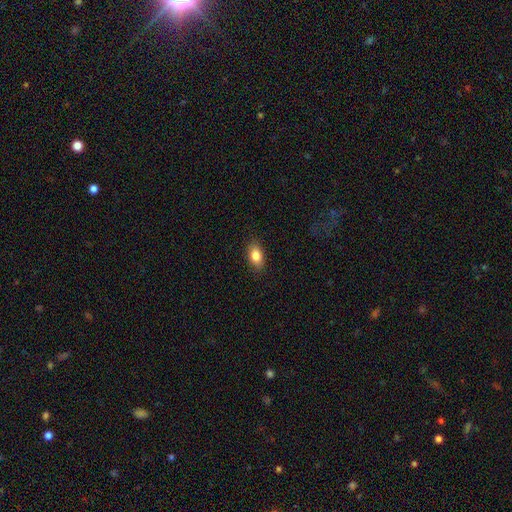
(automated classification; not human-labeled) Morphology: type=smooth (84%); roundness=in between (88%); merging=none (87%).